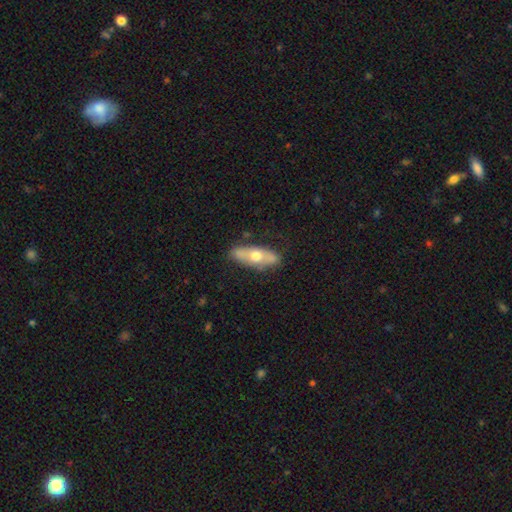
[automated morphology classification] smooth-or-featured: smooth: 48% | featured or disk: 46% | star or artifact: 6%
  merging: none: 79% | minor disturbance: 16% | major disturbance: 3% | merger: 2%